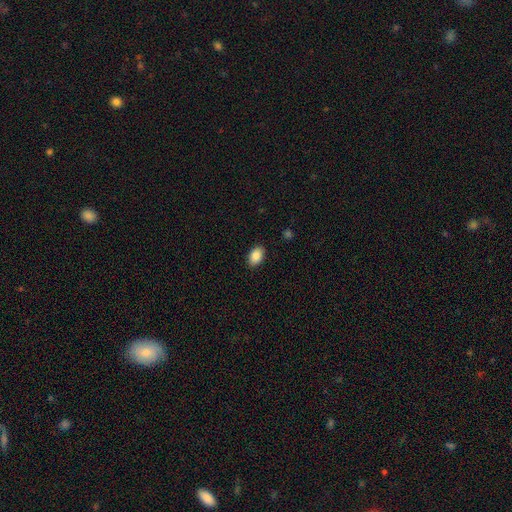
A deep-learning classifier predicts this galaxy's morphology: Q: Smooth or featured?
A: smooth (88%); runner-up: star or artifact (8%)
Q: How rounded?
A: in between (87%); runner-up: round (12%)
Q: Merging?
A: none (89%); runner-up: minor disturbance (8%)